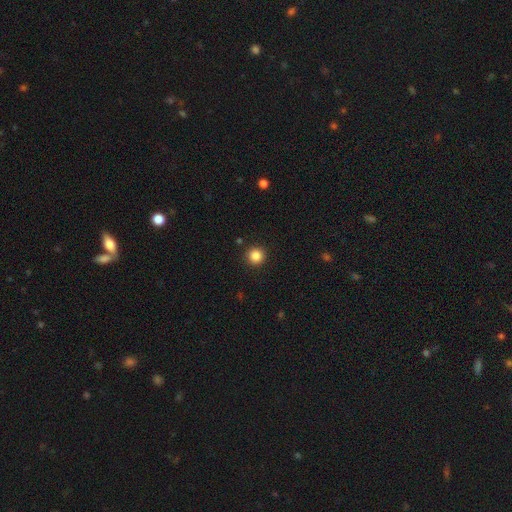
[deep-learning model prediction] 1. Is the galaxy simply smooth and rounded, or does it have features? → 86% smooth, 11% star or artifact, 4% featured or disk.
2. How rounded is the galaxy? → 95% round, 4% in between, 1% cigar-shaped.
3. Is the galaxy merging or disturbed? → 92% none, 5% minor disturbance, 2% major disturbance, 1% merger.